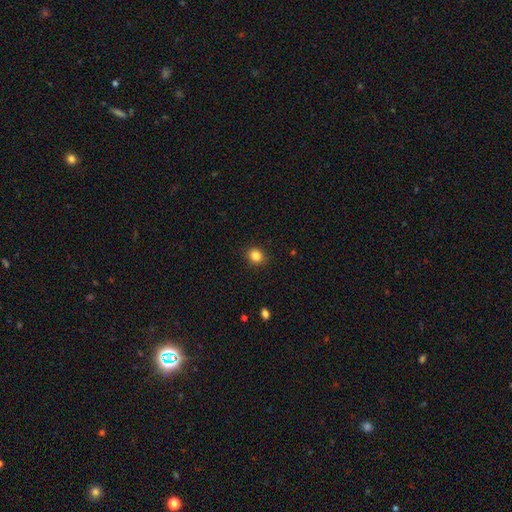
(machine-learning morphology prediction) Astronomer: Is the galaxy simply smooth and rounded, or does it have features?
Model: smooth — 85%.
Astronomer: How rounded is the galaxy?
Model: round — 69%.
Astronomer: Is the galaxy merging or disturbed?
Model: none — 90%.